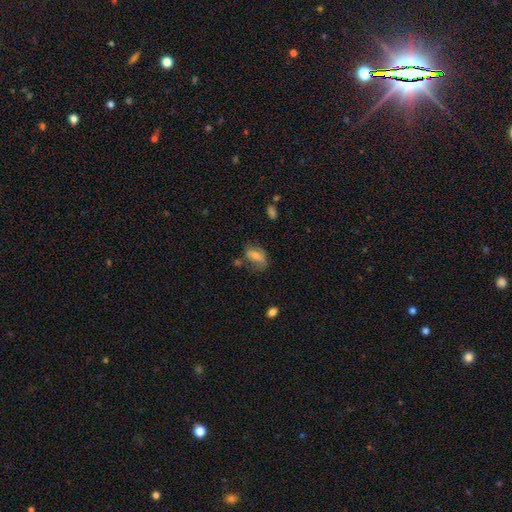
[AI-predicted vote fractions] This is possibly a smooth galaxy (60%). How rounded: clearly in between (82%). Merging: possibly none (51%).